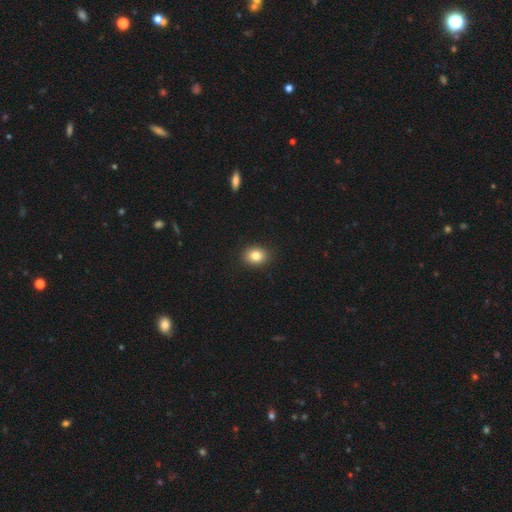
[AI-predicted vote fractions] This is clearly a smooth galaxy (84%). How rounded: possibly in between (52%). Merging: clearly none (89%).